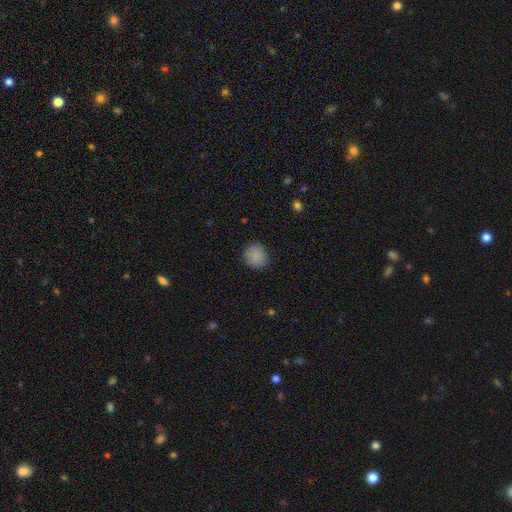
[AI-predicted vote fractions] A smooth galaxy with no disk features (86%) that is round (85%). Merging: none (86%).